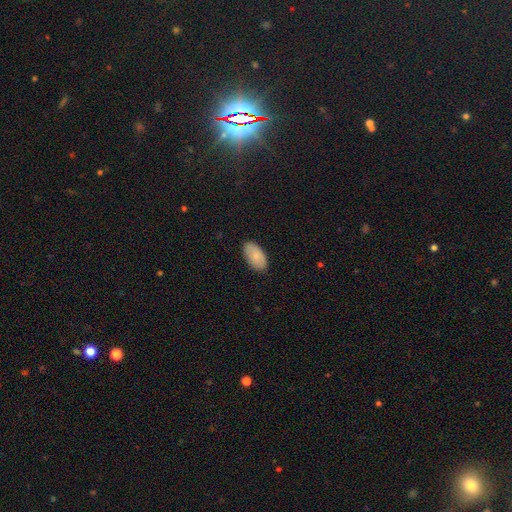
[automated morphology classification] Overall: smooth (82%). How rounded: in between (95%). Merging: none (85%).